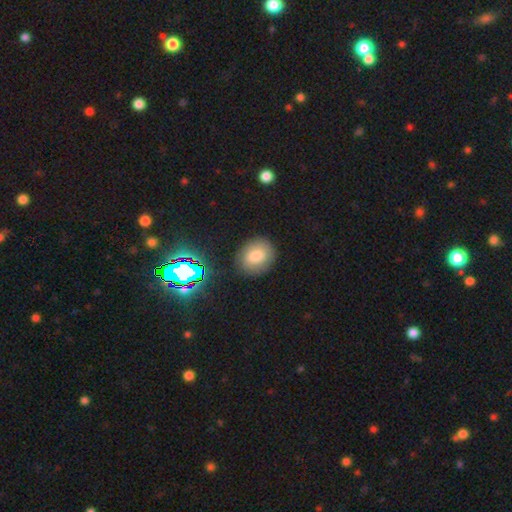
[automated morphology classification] smooth_or_featured: smooth (p=0.76) [alt: star or artifact p=0.13]
how_rounded: round (p=0.59) [alt: in between p=0.40]
merging: none (p=0.85) [alt: minor disturbance p=0.11]